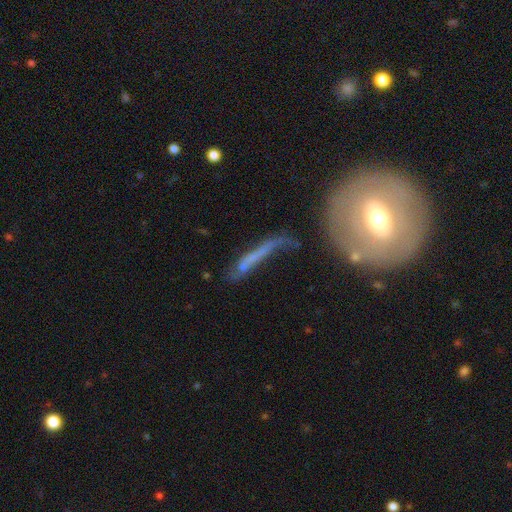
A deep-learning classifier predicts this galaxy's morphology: type=featured or disk (44%); merging=none (38%).